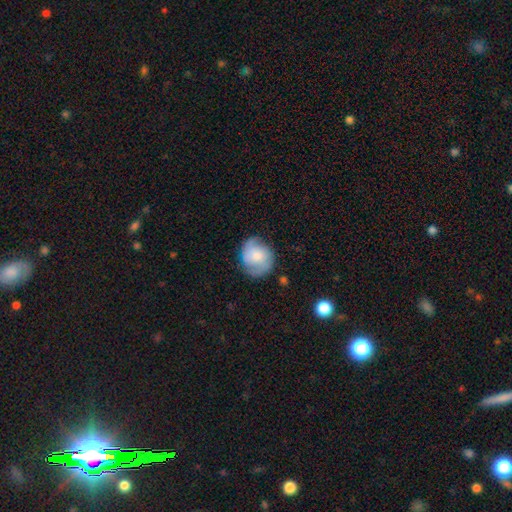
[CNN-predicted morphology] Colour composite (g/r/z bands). It shows a featured or disk galaxy (46%, tied with smooth). Merging: none (70%).